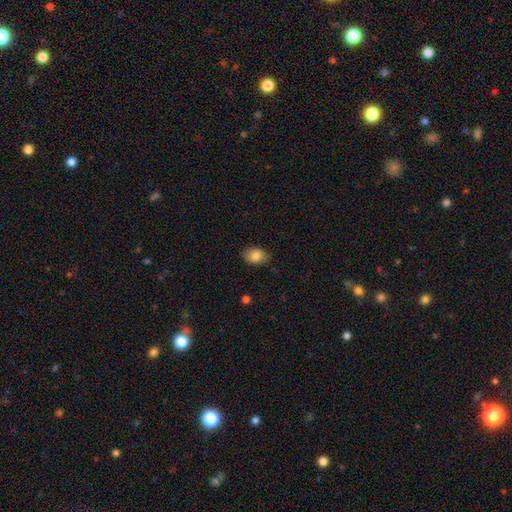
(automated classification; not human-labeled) Smooth or featured? Predicted: smooth (p=0.85). How rounded? Predicted: in between (p=0.81). Merging? Predicted: none (p=0.84).